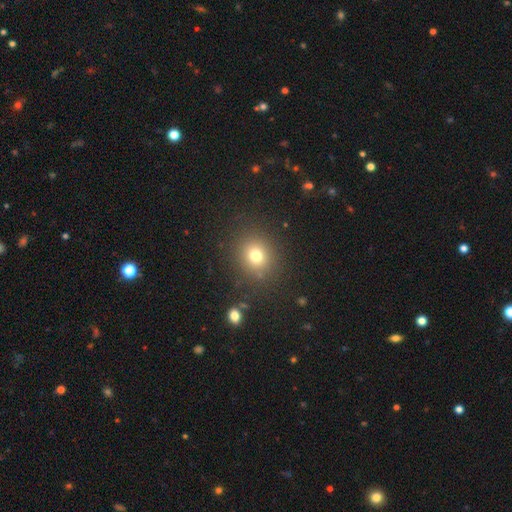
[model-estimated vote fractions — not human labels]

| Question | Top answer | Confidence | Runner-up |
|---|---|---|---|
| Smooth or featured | smooth | 74% | star or artifact (16%) |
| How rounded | round | 81% | in between (18%) |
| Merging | none | 86% | minor disturbance (8%) |